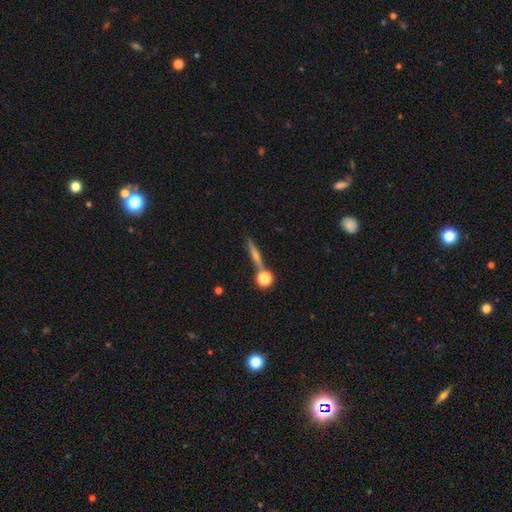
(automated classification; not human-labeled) Overall: featured or disk (55%; smooth 31%). Edge-on disk: yes (93%). Edge-on bulge: rounded (71%). Merging: none (74%).